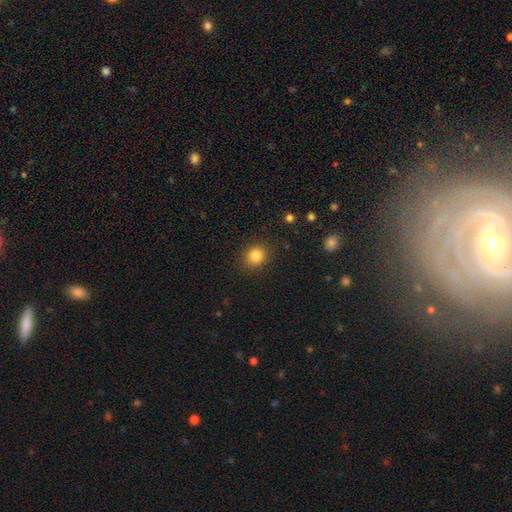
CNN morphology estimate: smooth_or_featured: smooth (p=0.83) [alt: star or artifact p=0.11]
how_rounded: round (p=0.80) [alt: in between p=0.19]
merging: none (p=0.88) [alt: minor disturbance p=0.08]